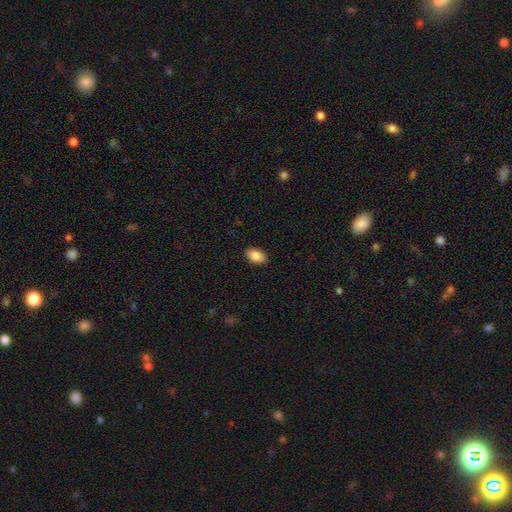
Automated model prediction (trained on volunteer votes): The model was most divided on "smooth or featured": smooth: 87%, star or artifact: 7%, featured or disk: 6%. More confident: how rounded — in between (91%); merging — none (89%).